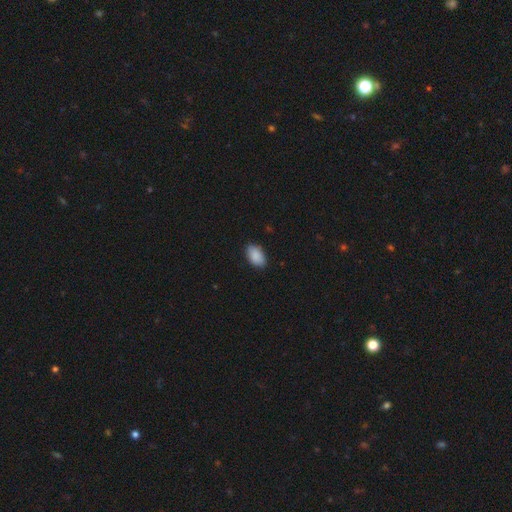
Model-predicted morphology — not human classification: Q: Smooth or featured?
A: smooth (90%); runner-up: star or artifact (6%)
Q: How rounded?
A: in between (93%); runner-up: round (6%)
Q: Merging?
A: none (86%); runner-up: minor disturbance (11%)